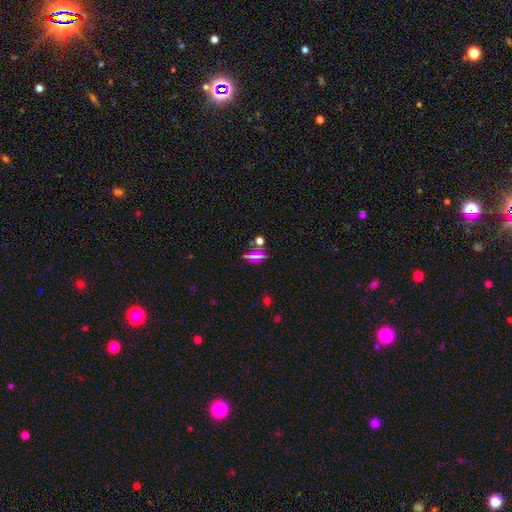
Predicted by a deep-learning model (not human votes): A smooth galaxy with no disk features (56%) that is cigar-shaped (47%).

Vote fractions:
- Smooth or featured? smooth: 56% / star or artifact: 27% / featured or disk: 17%
- How rounded? cigar-shaped: 47% / in between: 30% / round: 23%
- Merging? none: 76% / minor disturbance: 11% / merger: 8% / major disturbance: 5%